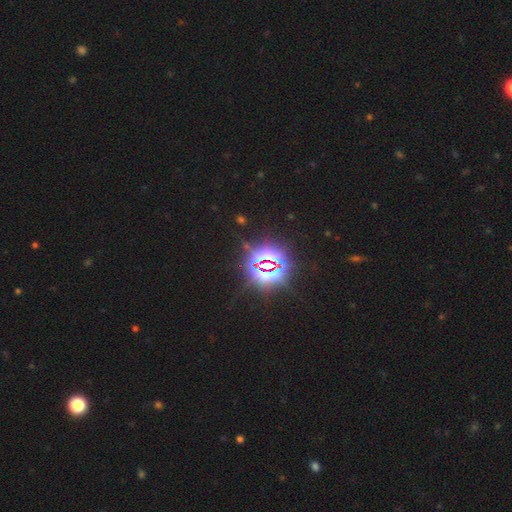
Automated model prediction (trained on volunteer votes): smooth-or-featured: star or artifact: 84% | smooth: 10% | featured or disk: 6%